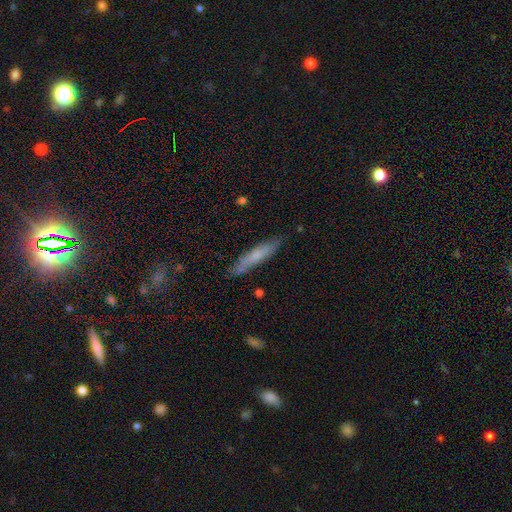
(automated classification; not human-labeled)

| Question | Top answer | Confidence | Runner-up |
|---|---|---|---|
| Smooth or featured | smooth | 64% | featured or disk (29%) |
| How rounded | cigar-shaped | 89% | in between (10%) |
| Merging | none | 80% | minor disturbance (15%) |